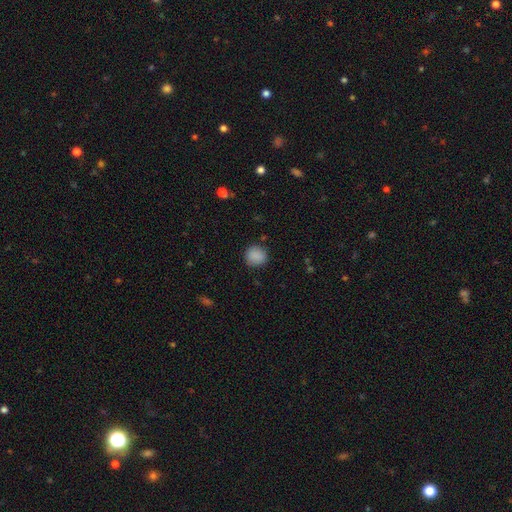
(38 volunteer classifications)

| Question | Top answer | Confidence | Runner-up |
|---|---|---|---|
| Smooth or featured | smooth | 87% | star or artifact (11%) |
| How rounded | round | 79% | in between (21%) |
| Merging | none | 76% | minor disturbance (18%) |